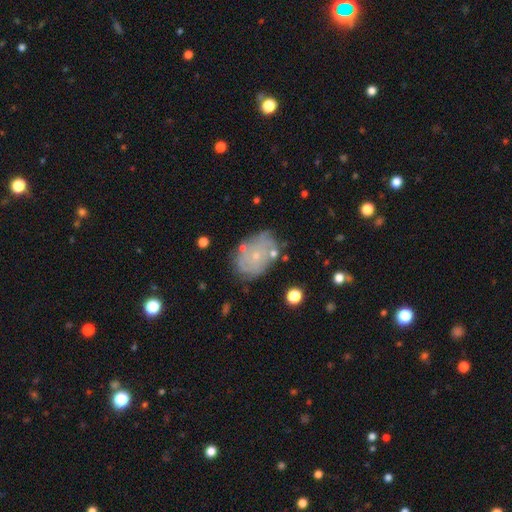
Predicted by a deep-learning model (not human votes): Smooth or featured? Predicted: featured or disk (p=0.62). Edge-on disk? Predicted: no (p=0.96). Bar? Predicted: no (p=0.85). Spiral arms? Predicted: yes (p=0.67). Bulge size? Predicted: small (p=0.80). Merging? Predicted: none (p=0.68).